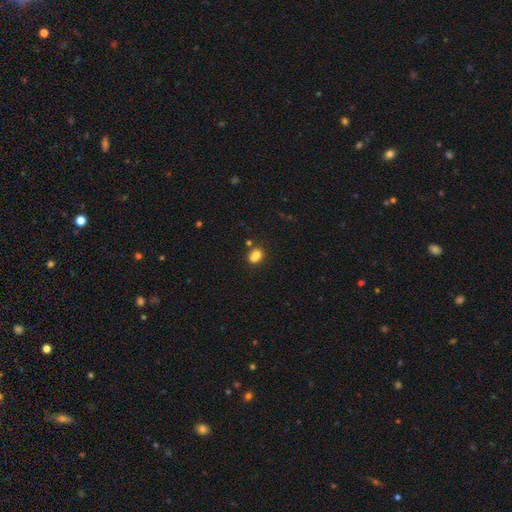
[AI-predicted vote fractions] Smooth or featured: smooth — 74% (featured or disk — 14%)
How rounded: round — 52% (in between — 47%)
Merging: merger — 44% (none — 40%)